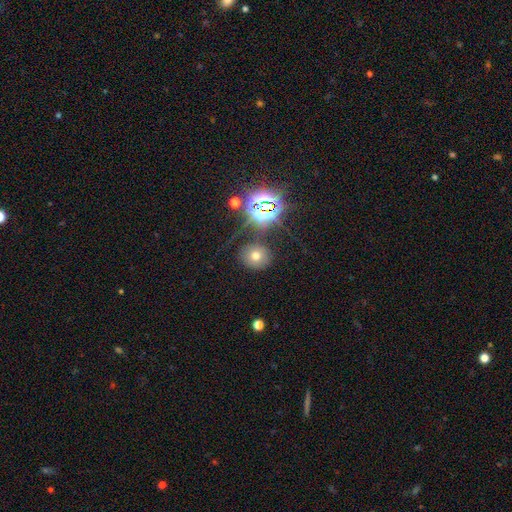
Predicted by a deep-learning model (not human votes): Q: Smooth or featured?
A: smooth (61%); runner-up: star or artifact (25%)
Q: How rounded?
A: round (80%); runner-up: in between (19%)
Q: Merging?
A: none (79%); runner-up: minor disturbance (11%)